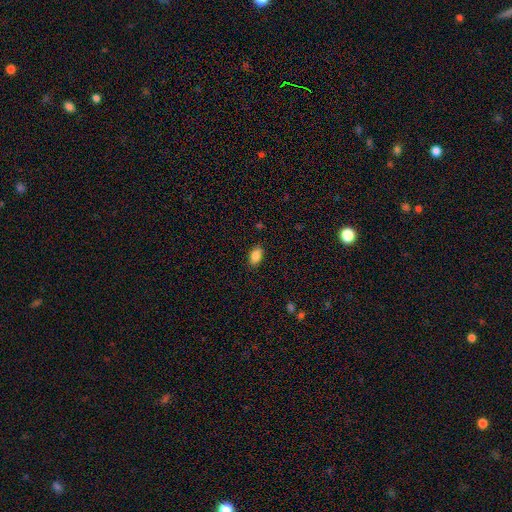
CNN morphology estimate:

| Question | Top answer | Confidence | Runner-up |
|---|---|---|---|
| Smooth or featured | smooth | 87% | star or artifact (8%) |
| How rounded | in between | 91% | round (6%) |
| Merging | none | 88% | minor disturbance (9%) |